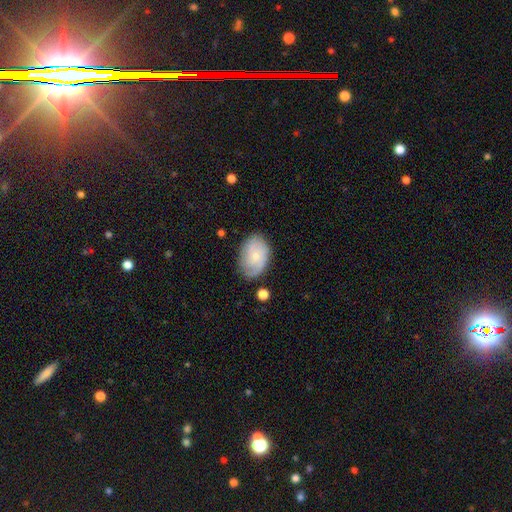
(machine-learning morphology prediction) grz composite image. It shows a featured or disk galaxy (47%). Merging: none (70%).